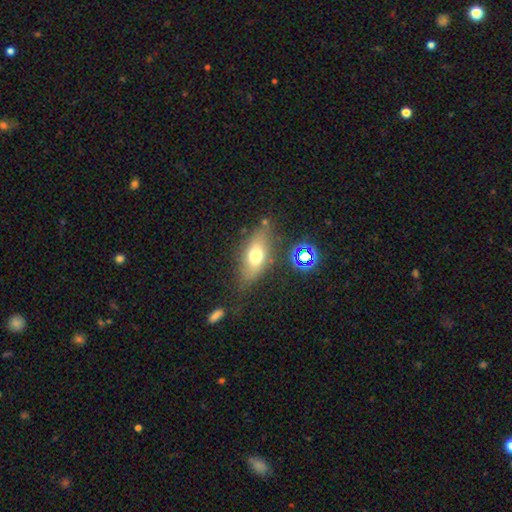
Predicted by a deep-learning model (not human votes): smooth_or_featured: smooth (p=0.62) [alt: featured or disk p=0.27]
how_rounded: in between (p=0.75) [alt: cigar-shaped p=0.16]
merging: none (p=0.69) [alt: minor disturbance p=0.19]